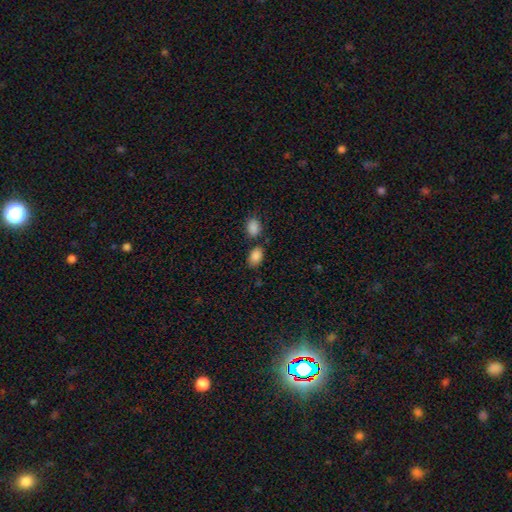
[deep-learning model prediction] Q: Smooth or featured?
A: smooth (87%); runner-up: star or artifact (9%)
Q: How rounded?
A: in between (88%); runner-up: round (11%)
Q: Merging?
A: none (69%); runner-up: merger (14%)